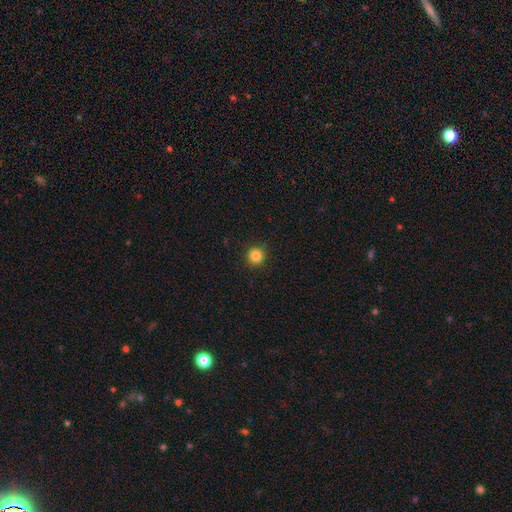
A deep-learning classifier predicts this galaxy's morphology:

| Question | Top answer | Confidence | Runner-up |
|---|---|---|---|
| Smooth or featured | smooth | 84% | star or artifact (12%) |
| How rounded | round | 95% | in between (4%) |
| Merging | none | 91% | minor disturbance (6%) |